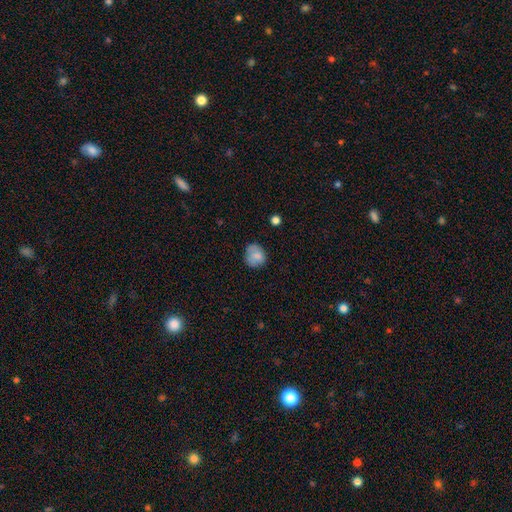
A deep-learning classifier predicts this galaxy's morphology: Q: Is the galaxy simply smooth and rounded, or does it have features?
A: smooth — 78%.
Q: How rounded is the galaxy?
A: round — 67%.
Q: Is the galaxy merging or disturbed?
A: none — 63%.